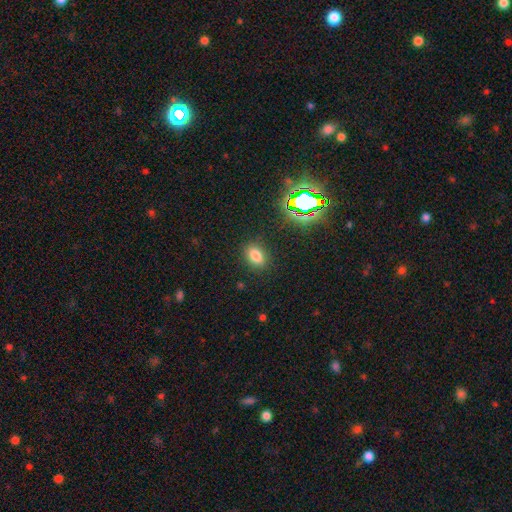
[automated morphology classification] smooth_or_featured: smooth (p=0.77) [alt: star or artifact p=0.16]
how_rounded: in between (p=0.77) [alt: round p=0.21]
merging: none (p=0.86) [alt: minor disturbance p=0.10]